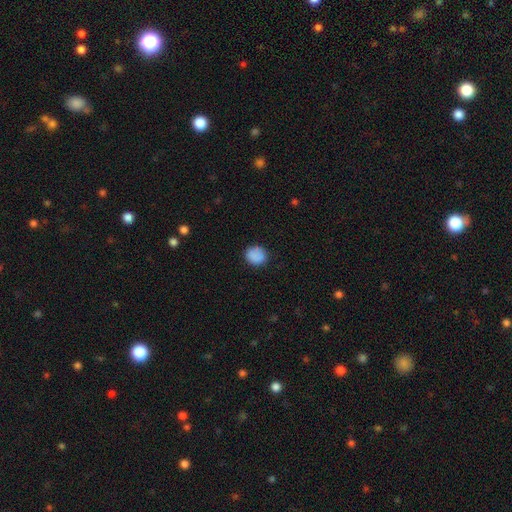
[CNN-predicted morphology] A smooth galaxy with no disk features (87%) that is round (73%). Merging: none (84%).